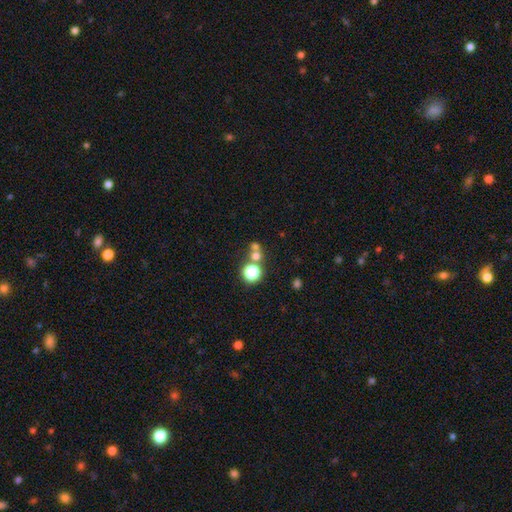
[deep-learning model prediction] smooth 61%, star or artifact 28%, featured or disk 12%. Down the decision tree: how rounded — round (86%); merging — none (51%).